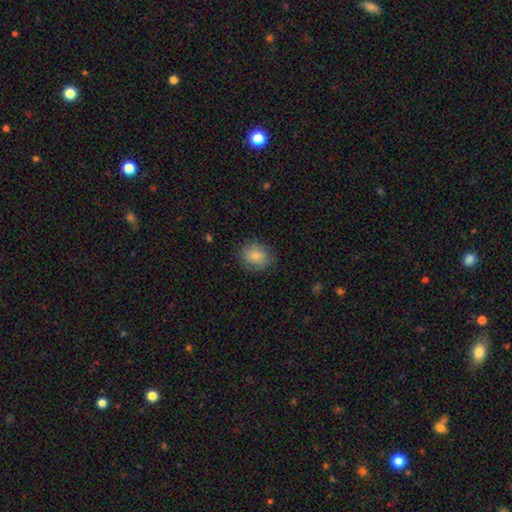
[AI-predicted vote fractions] smooth-or-featured: smooth: 84% | featured or disk: 9% | star or artifact: 7%
  how-rounded: round: 62% | in between: 37% | cigar-shaped: 1%
  merging: none: 81% | minor disturbance: 14% | major disturbance: 4% | merger: 1%